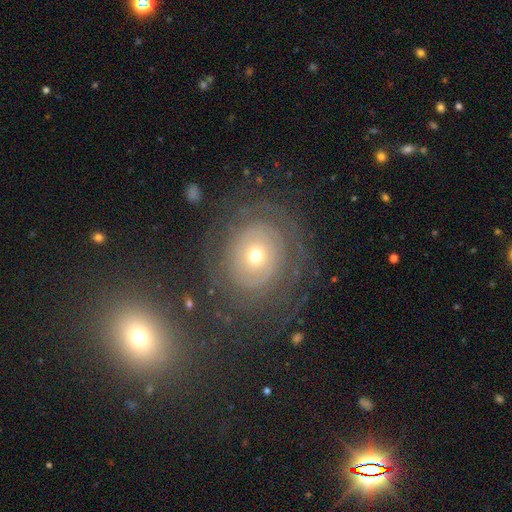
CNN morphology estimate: This is likely a featured or disk galaxy (69%). It is clearly not viewed edge-on (96%). Bar: clearly no (85%). Spiral arm pattern: likely yes (71%). Central bulge: possibly small (55%). Merging: likely none (73%).